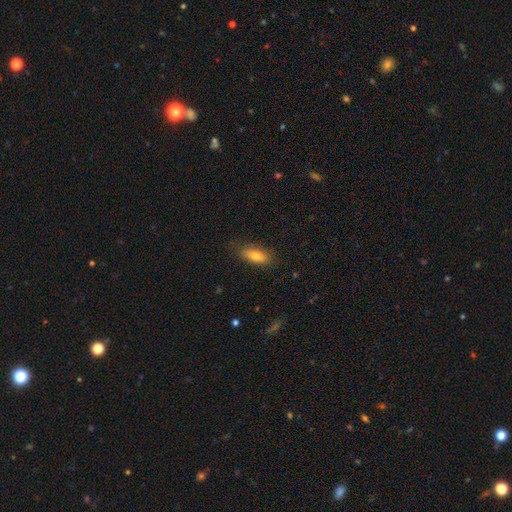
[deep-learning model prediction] Overall: smooth (77%). How rounded: in between (75%). Merging: none (84%).